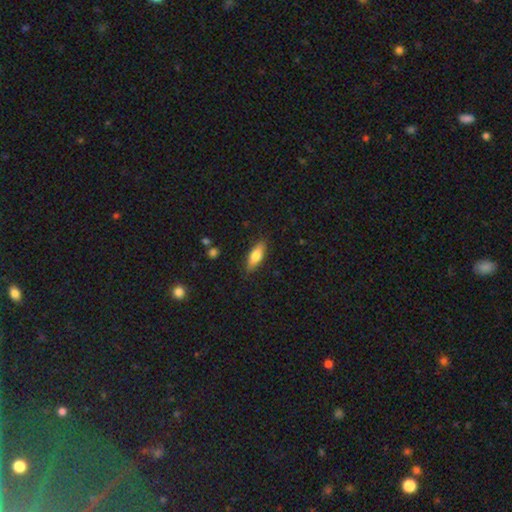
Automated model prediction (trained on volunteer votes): Morphology: type=smooth (74%); roundness=in between (63%); merging=none (85%).